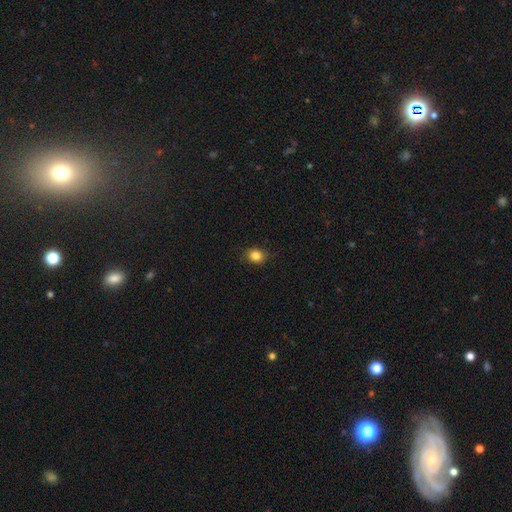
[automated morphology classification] Smooth or featured? smooth (84%)
How rounded? round (59%)
Merging? none (84%)